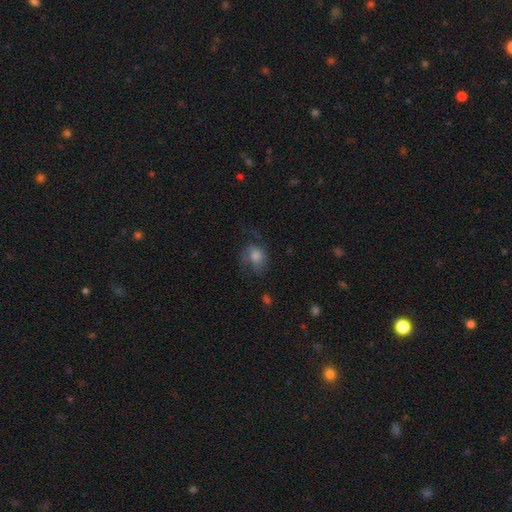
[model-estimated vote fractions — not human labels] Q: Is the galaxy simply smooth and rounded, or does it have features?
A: smooth — 56%.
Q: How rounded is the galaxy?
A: round — 54%.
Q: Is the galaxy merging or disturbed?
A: none — 44%.